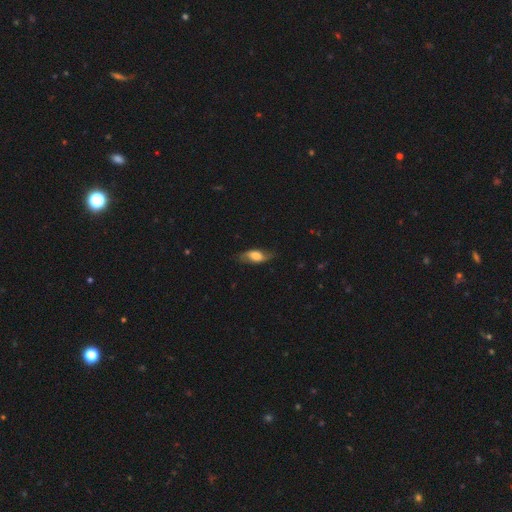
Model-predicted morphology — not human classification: Smooth or featured? smooth (53%)
How rounded? in between (80%)
Merging? none (71%)